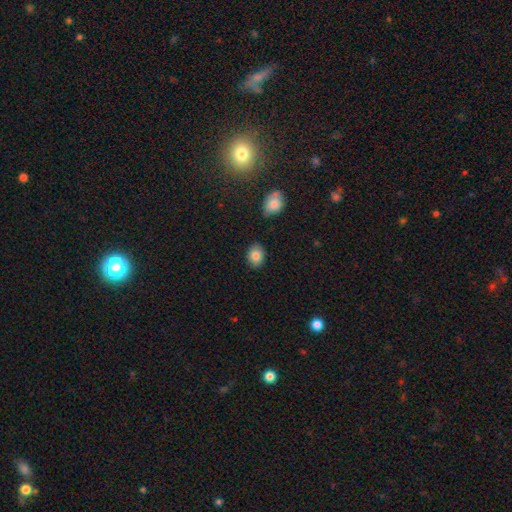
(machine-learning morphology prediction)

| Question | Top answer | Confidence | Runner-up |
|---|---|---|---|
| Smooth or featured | smooth | 82% | featured or disk (9%) |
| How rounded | in between | 62% | round (37%) |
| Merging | none | 84% | minor disturbance (11%) |